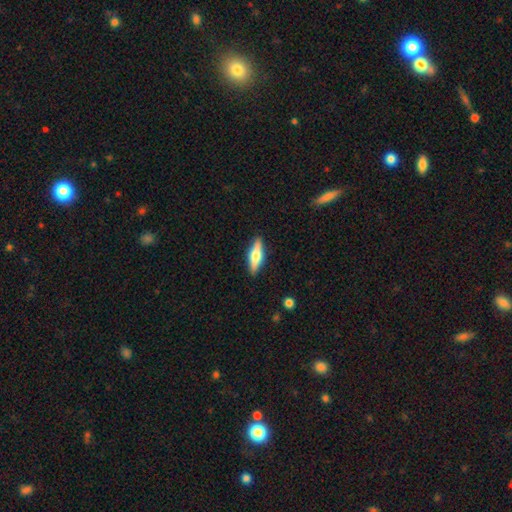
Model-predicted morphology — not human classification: smooth 47% (tied), featured or disk 47% (tied), star or artifact 6%. Down the decision tree: merging — none (88%).